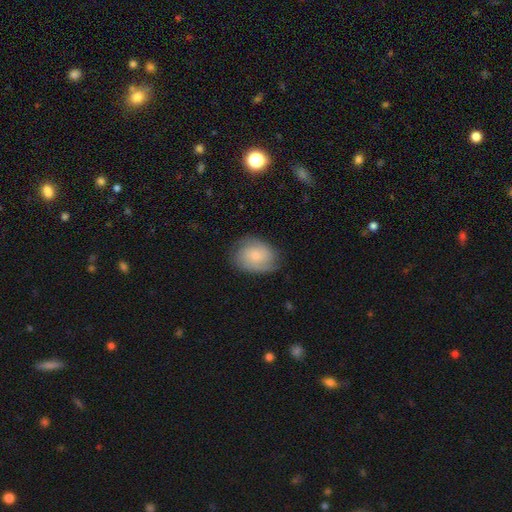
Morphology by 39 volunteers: Volunteers were most divided on "smooth or featured": smooth: 51%, featured or disk: 44%, star or artifact: 5%. More confident: how rounded — in between (75%); merging — none (68%).